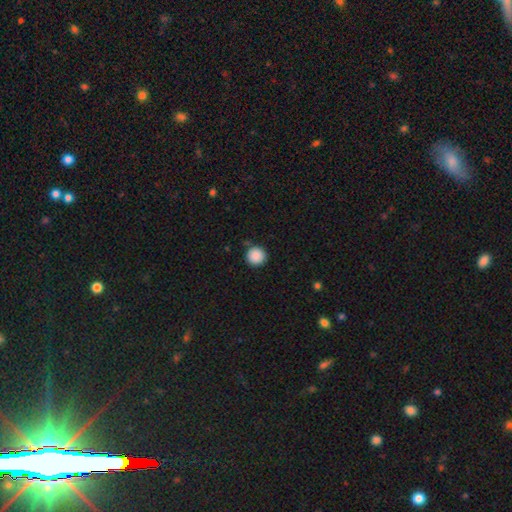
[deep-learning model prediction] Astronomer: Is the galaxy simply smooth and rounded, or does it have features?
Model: smooth — 89%.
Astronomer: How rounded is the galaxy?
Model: round — 96%.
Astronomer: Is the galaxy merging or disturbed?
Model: none — 89%.